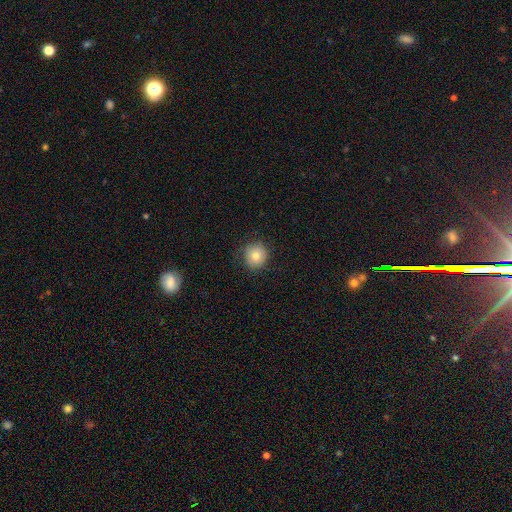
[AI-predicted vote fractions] Morphology: type=smooth (80%); roundness=round (91%); merging=none (84%).